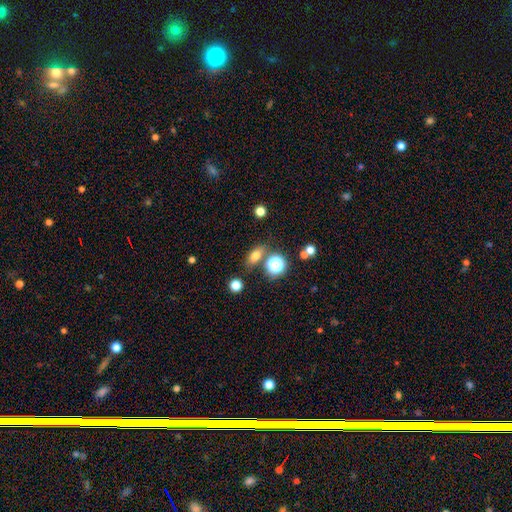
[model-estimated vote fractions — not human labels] A smooth galaxy with no disk features (72%) that is in between round and cigar-shaped (72%). Merging: none (74%).